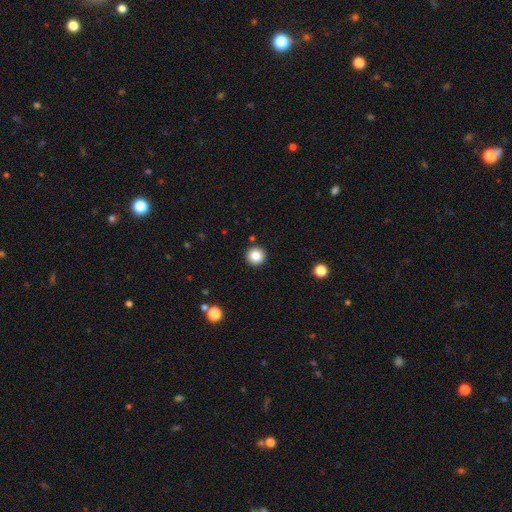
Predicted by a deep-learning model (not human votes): Smooth or featured? Predicted: smooth (p=0.85). How rounded? Predicted: round (p=0.96). Merging? Predicted: none (p=0.92).